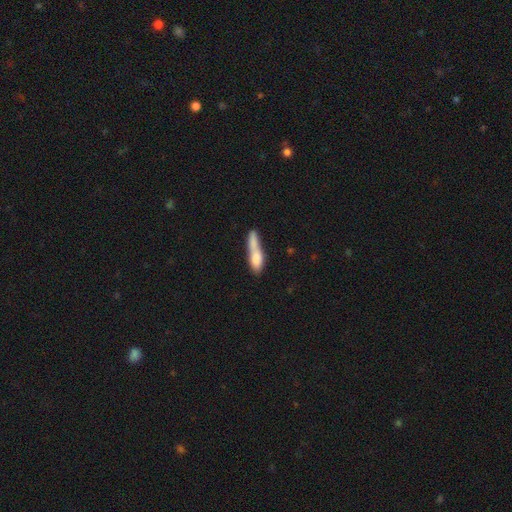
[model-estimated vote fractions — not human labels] Smooth or featured? smooth (74%)
How rounded? cigar-shaped (61%)
Merging? merger (46%)